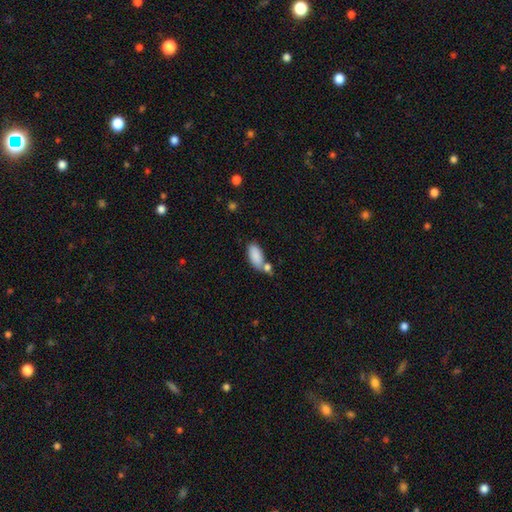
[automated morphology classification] Q: Smooth or featured?
A: smooth (87%); runner-up: star or artifact (7%)
Q: How rounded?
A: in between (90%); runner-up: cigar-shaped (7%)
Q: Merging?
A: none (50%); runner-up: merger (30%)